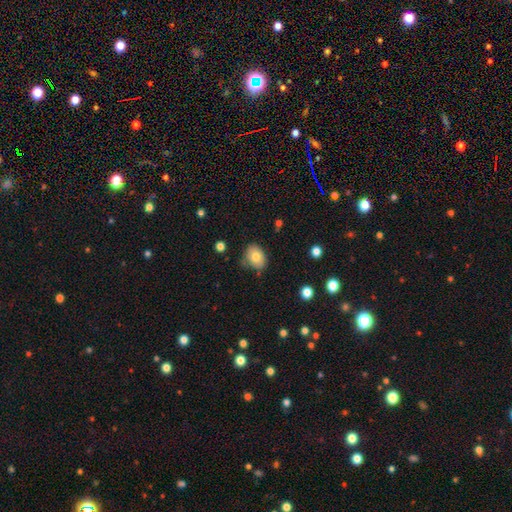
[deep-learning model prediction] Smooth or featured? Predicted: smooth (p=0.77). How rounded? Predicted: in between (p=0.65). Merging? Predicted: none (p=0.71).